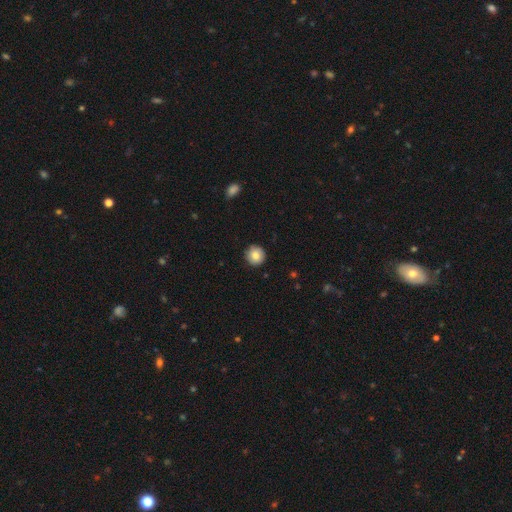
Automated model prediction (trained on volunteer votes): This appears to be a smooth galaxy with no disk features (83%) that is round (94%). Merging: none (90%).